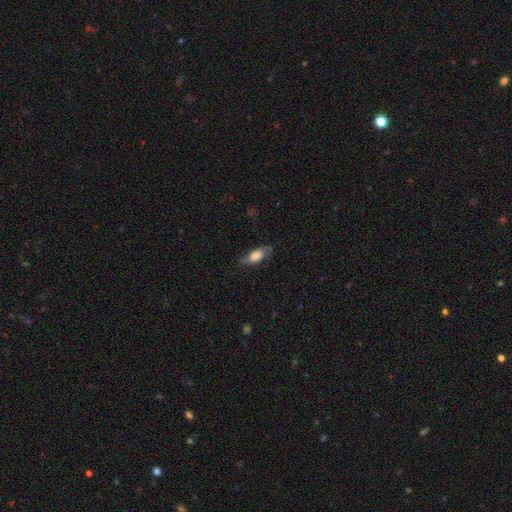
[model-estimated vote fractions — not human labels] Q: Smooth or featured?
A: smooth (67%); runner-up: featured or disk (26%)
Q: How rounded?
A: in between (76%); runner-up: cigar-shaped (20%)
Q: Merging?
A: none (68%); runner-up: minor disturbance (23%)